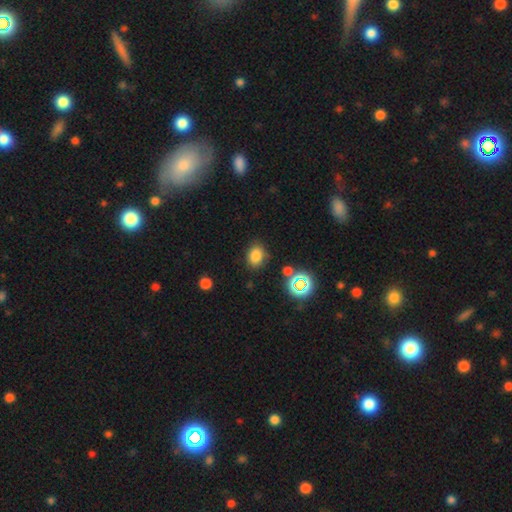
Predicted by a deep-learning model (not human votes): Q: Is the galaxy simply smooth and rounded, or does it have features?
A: smooth — 78%.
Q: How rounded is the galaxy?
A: in between — 55%.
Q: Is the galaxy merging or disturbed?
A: none — 80%.